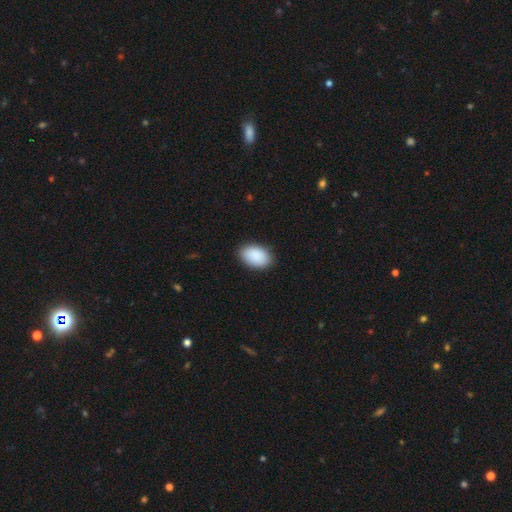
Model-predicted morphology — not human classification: Overall: smooth (91%). How rounded: in between (91%). Merging: none (88%).